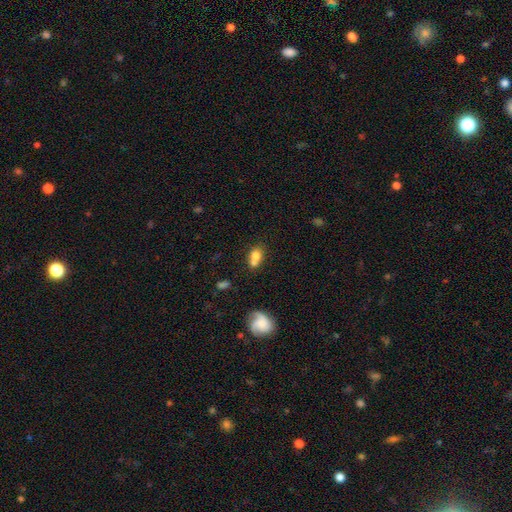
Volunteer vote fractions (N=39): A smooth galaxy with no disk features (72%) that is round (57%). Merging: merger (62%).